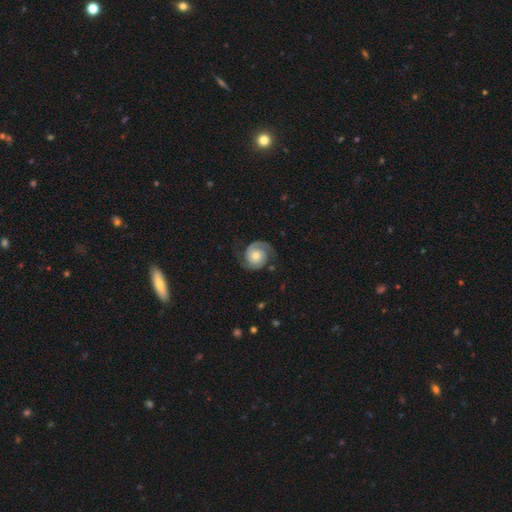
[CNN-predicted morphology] smooth_or_featured: featured or disk (p=0.86) [alt: smooth p=0.09]
disk_edge_on: no (p=0.98) [alt: yes p=0.02]
bar: no (p=0.75) [alt: weak p=0.20]
has_spiral_arms: yes (p=0.98) [alt: no p=0.02]
spiral_winding: tight (p=0.51) [alt: medium p=0.38]
spiral_arm_count: 2 (p=0.88) [alt: 1 p=0.06]
bulge_size: moderate (p=0.59) [alt: small p=0.31]
merging: none (p=0.78) [alt: minor disturbance p=0.15]